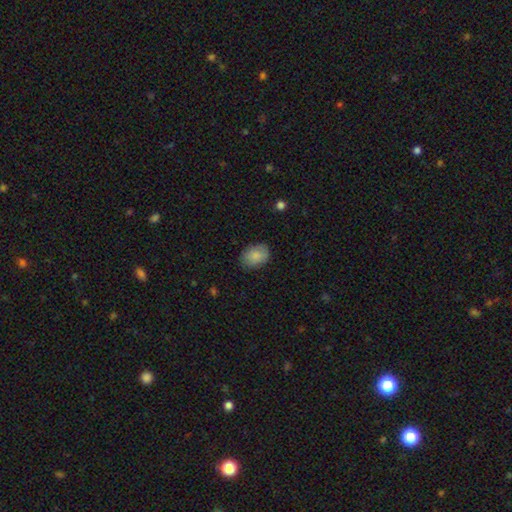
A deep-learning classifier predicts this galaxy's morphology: Smooth or featured? Predicted: smooth (p=0.85). How rounded? Predicted: in between (p=0.73). Merging? Predicted: none (p=0.81).